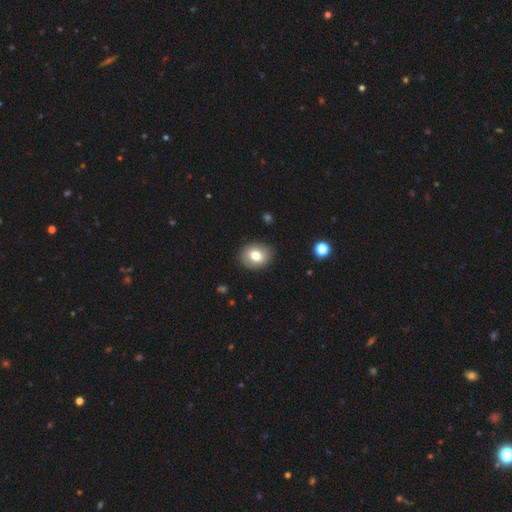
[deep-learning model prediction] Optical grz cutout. It shows a smooth galaxy with no disk features (78%) that is round (59%). Merging: none (88%).